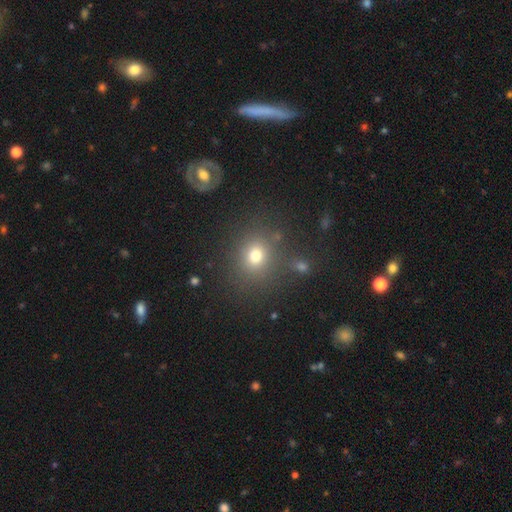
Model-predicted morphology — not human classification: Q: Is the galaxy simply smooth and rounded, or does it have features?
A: smooth — 74%.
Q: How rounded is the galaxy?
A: round — 72%.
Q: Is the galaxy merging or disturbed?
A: none — 78%.